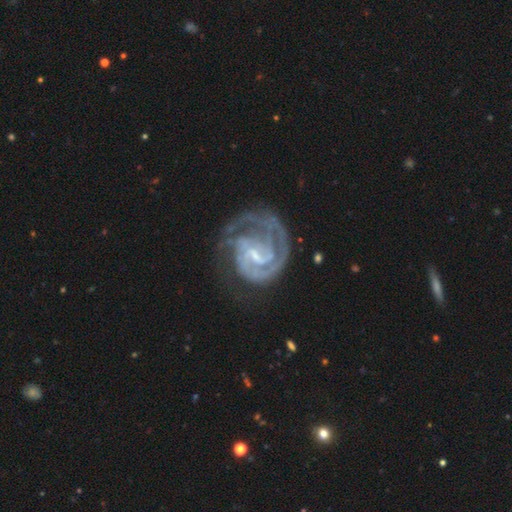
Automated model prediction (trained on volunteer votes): Morphology: type=featured or disk (89%); edge-on=no (98%); bar=weak (58%); spiral arms=yes (96%); winding=tight (62%); arm count=2 (41%); bulge=small (50%); merging=none (52%).